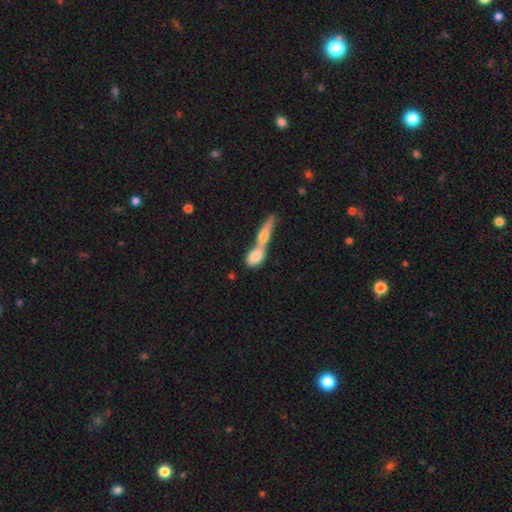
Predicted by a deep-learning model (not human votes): Smooth or featured: smooth — 72% (featured or disk — 22%)
How rounded: in between — 59% (cigar-shaped — 25%)
Merging: merger — 69% (none — 21%)